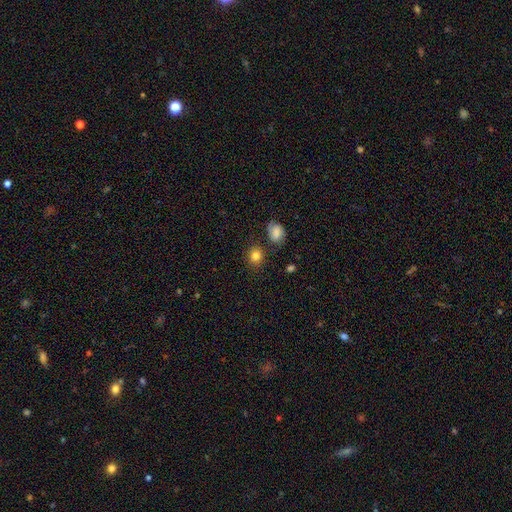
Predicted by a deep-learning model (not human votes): Smooth or featured? smooth (83%)
How rounded? round (78%)
Merging? none (81%)